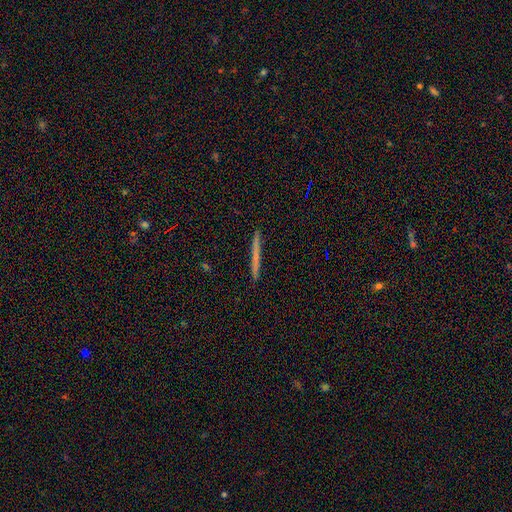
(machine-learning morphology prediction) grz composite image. It shows a smooth galaxy with no disk features (58%) that is cigar-shaped (97%). Merging: none (93%).